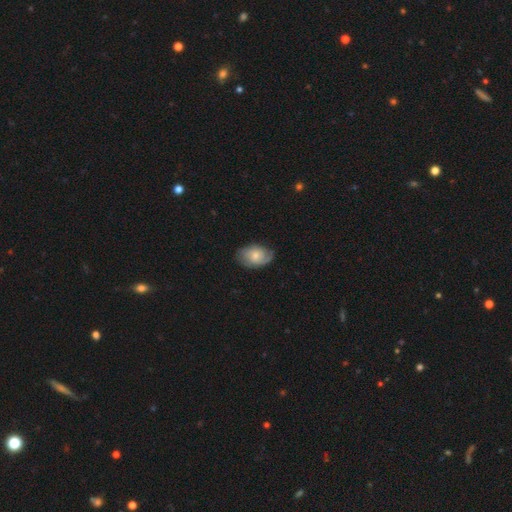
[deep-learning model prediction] Smooth or featured: featured or disk — 50% (smooth — 43%)
Merging: none — 71% (minor disturbance — 22%)